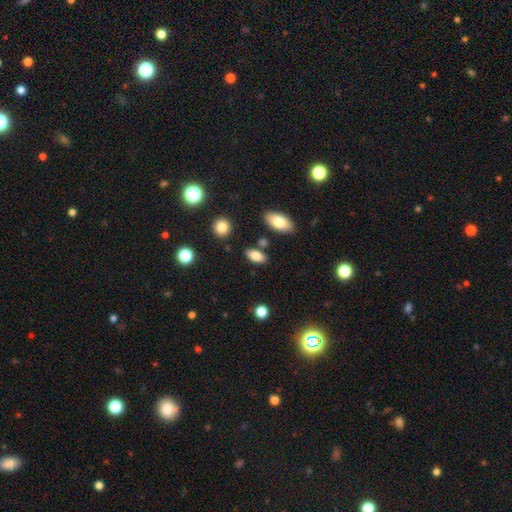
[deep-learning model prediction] Smooth or featured: smooth — 82% (featured or disk — 10%)
How rounded: in between — 89% (cigar-shaped — 5%)
Merging: none — 80% (minor disturbance — 11%)